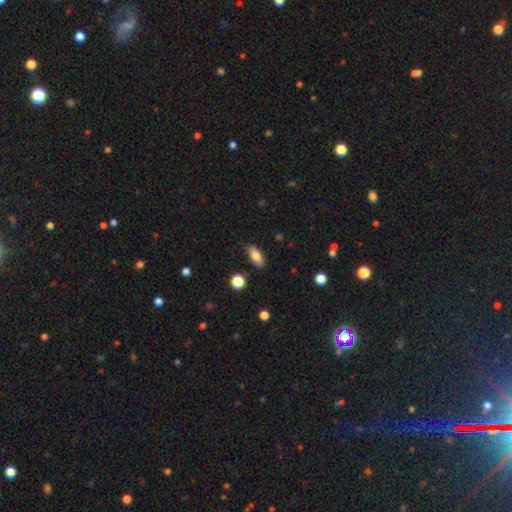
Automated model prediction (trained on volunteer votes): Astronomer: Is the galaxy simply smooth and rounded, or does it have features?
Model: smooth — 81%.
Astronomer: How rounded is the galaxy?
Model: in between — 85%.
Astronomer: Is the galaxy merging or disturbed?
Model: none — 80%.